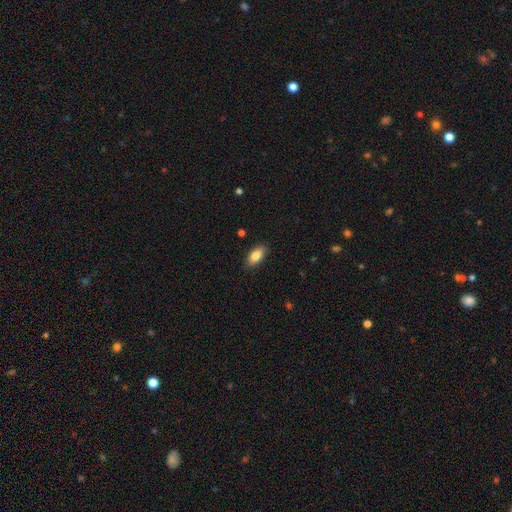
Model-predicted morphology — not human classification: Smooth or featured? Predicted: smooth (p=0.84). How rounded? Predicted: in between (p=0.90). Merging? Predicted: none (p=0.87).